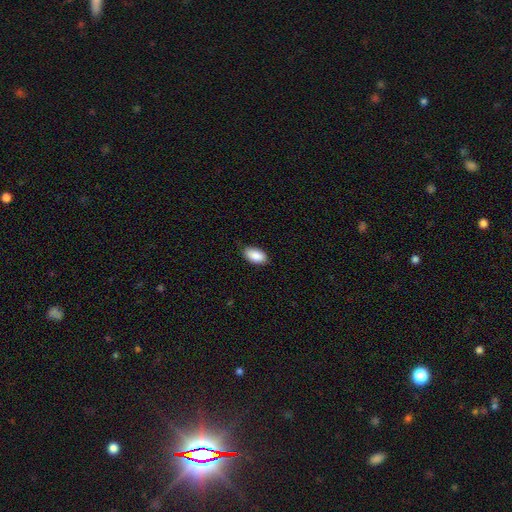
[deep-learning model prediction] This appears to be a smooth galaxy with no disk features (89%) that is in between round and cigar-shaped (95%). Merging: none (82%).